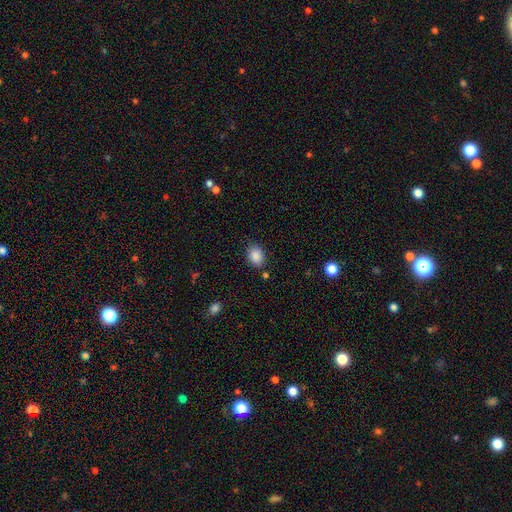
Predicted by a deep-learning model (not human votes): A smooth galaxy with no disk features (88%) that is in between round and cigar-shaped (68%).

Vote fractions:
- Smooth or featured? smooth: 88% / star or artifact: 8% / featured or disk: 4%
- How rounded? in between: 68% / round: 31% / cigar-shaped: 1%
- Merging? none: 79% / minor disturbance: 15% / major disturbance: 4% / merger: 3%